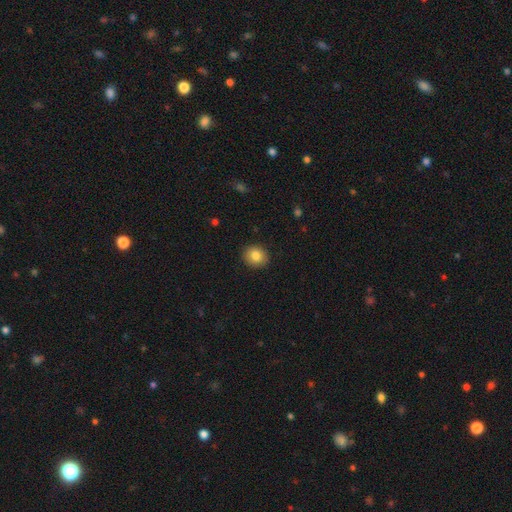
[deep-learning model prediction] Smooth or featured? smooth (82%)
How rounded? round (73%)
Merging? none (91%)